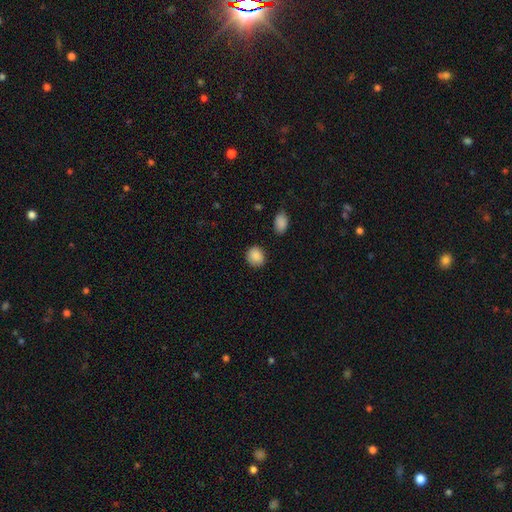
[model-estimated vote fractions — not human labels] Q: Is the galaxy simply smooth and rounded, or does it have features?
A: smooth — 88%.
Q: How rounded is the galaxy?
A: round — 74%.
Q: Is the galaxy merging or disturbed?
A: none — 87%.